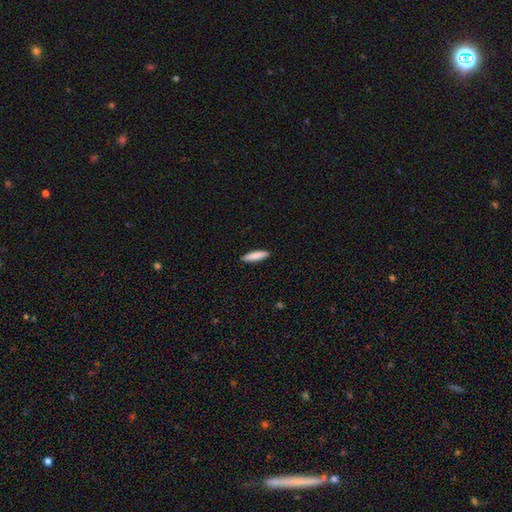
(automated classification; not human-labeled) This appears to be a smooth galaxy with no disk features (87%) that is cigar-shaped (79%). Merging: none (91%).